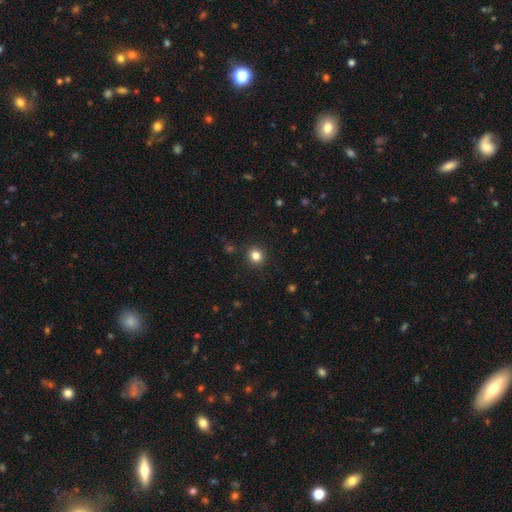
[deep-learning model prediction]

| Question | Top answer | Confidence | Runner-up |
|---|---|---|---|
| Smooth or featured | smooth | 83% | star or artifact (12%) |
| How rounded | round | 89% | in between (10%) |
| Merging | none | 91% | minor disturbance (6%) |